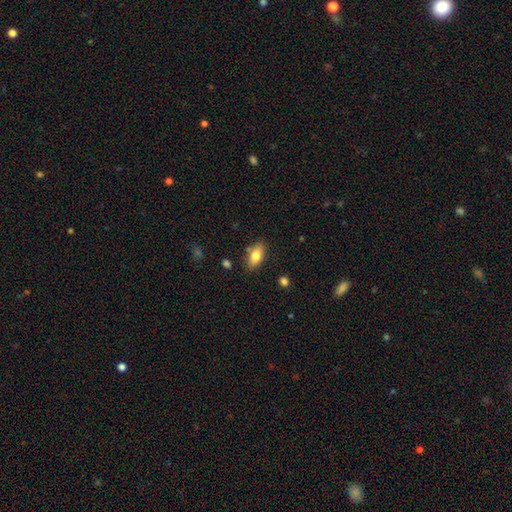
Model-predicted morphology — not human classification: Q: Smooth or featured?
A: smooth (78%); runner-up: featured or disk (14%)
Q: How rounded?
A: in between (87%); runner-up: cigar-shaped (10%)
Q: Merging?
A: none (82%); runner-up: minor disturbance (12%)